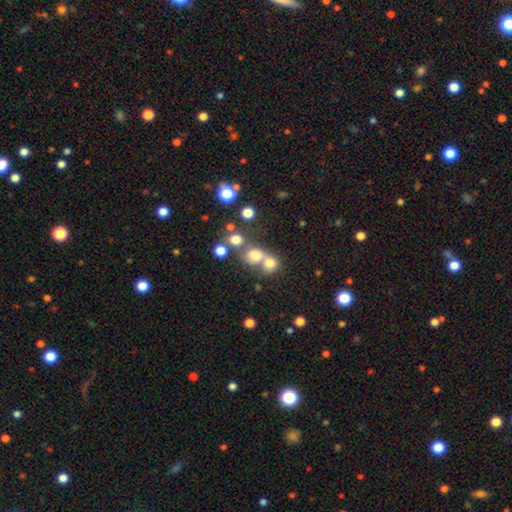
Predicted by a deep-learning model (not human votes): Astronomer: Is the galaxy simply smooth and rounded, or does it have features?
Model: smooth — 69%.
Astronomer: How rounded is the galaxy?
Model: round — 67%.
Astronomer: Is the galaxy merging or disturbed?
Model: merger — 53% (runner-up: none, 33%).